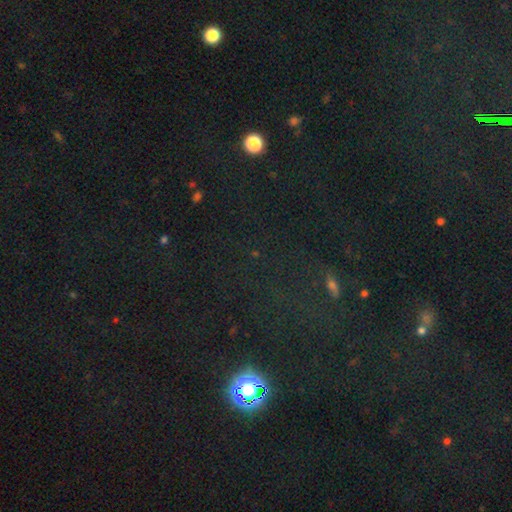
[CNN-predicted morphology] smooth_or_featured: star or artifact (p=0.74) [alt: smooth p=0.17]